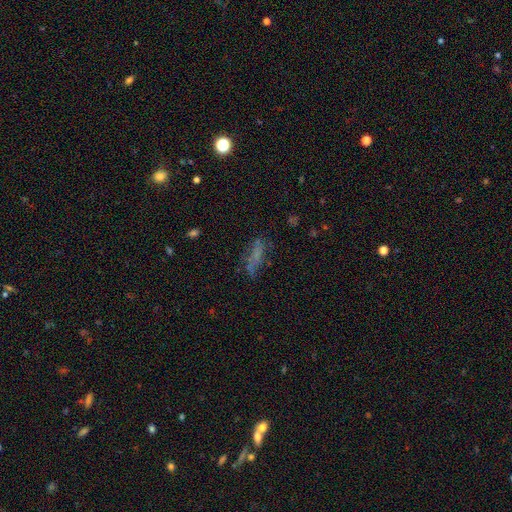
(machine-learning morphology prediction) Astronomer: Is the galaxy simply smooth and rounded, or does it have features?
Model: smooth — 47% (runner-up: featured or disk, 30%).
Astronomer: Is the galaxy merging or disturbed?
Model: none — 52%.